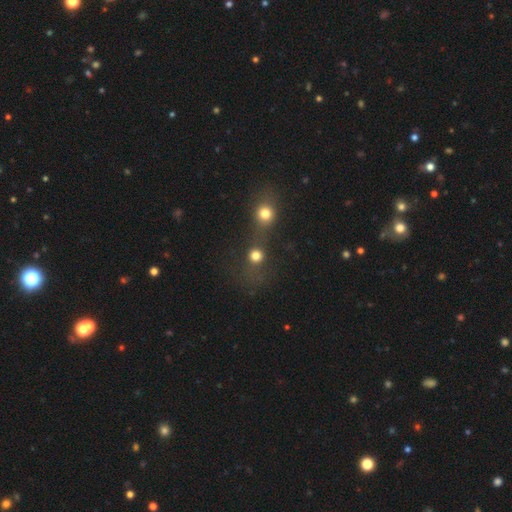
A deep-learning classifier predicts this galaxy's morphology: smooth-or-featured: smooth: 73% | star or artifact: 17% | featured or disk: 9%
  how-rounded: round: 88% | in between: 11% | cigar-shaped: 1%
  merging: merger: 46% | none: 41% | major disturbance: 7% | minor disturbance: 6%